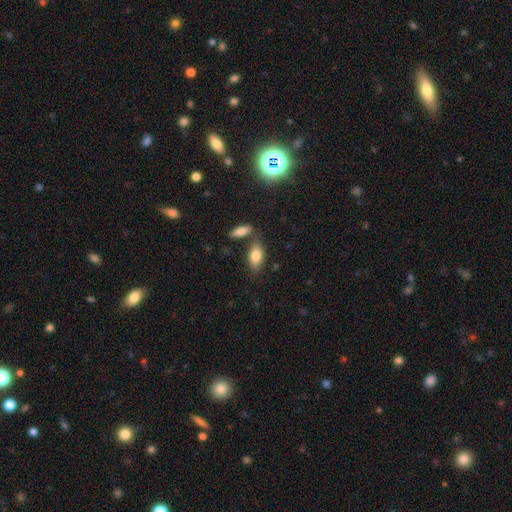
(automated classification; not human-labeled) smooth-or-featured: smooth: 81% | featured or disk: 12% | star or artifact: 7%
  how-rounded: in between: 87% | cigar-shaped: 10% | round: 3%
  merging: none: 68% | merger: 16% | minor disturbance: 13% | major disturbance: 3%